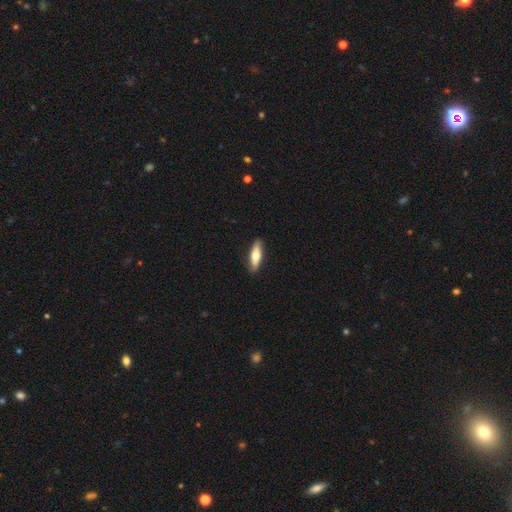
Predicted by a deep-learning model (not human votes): This appears to be a smooth galaxy with no disk features (64%) that is cigar-shaped (50%). Merging: none (85%).